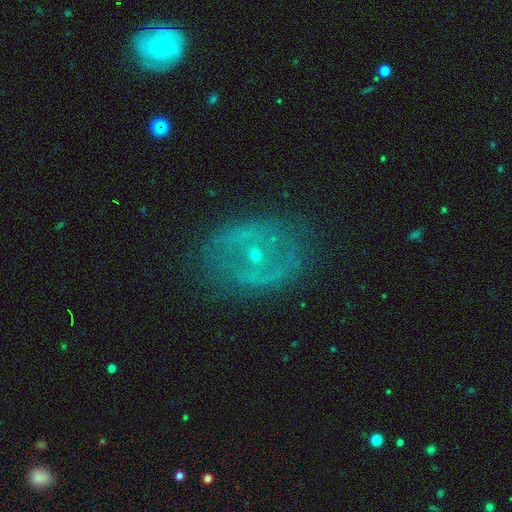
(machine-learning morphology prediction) type=featured or disk (69%); edge-on=no (96%); bar=no (55%); spiral arms=yes (56%); bulge=small (75%); merging=none (75%).